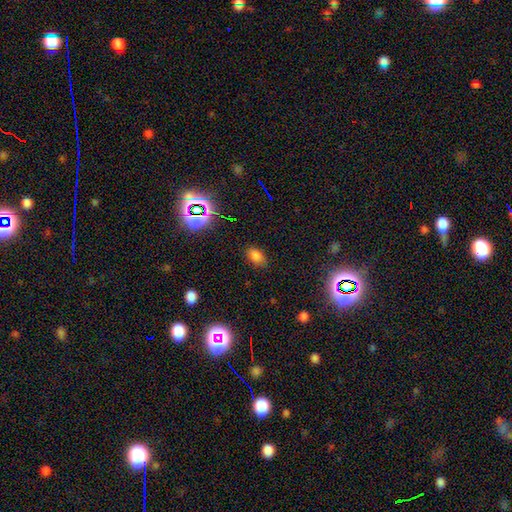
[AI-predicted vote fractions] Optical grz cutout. It shows a smooth galaxy with no disk features (74%) that is in between round and cigar-shaped (84%). Merging: none (80%).